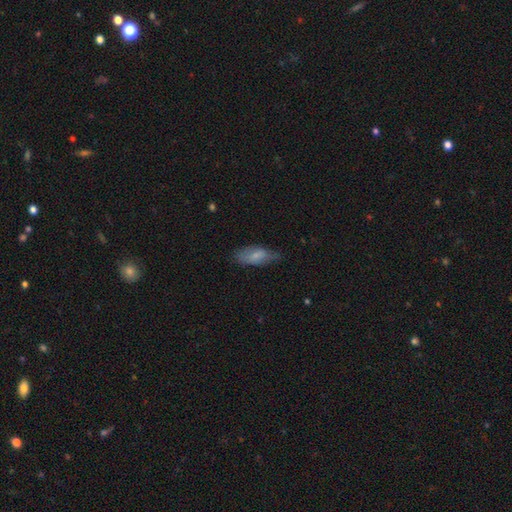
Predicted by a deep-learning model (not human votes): This is likely a smooth galaxy (71%). How rounded: likely in between (80%). Merging: likely none (63%).